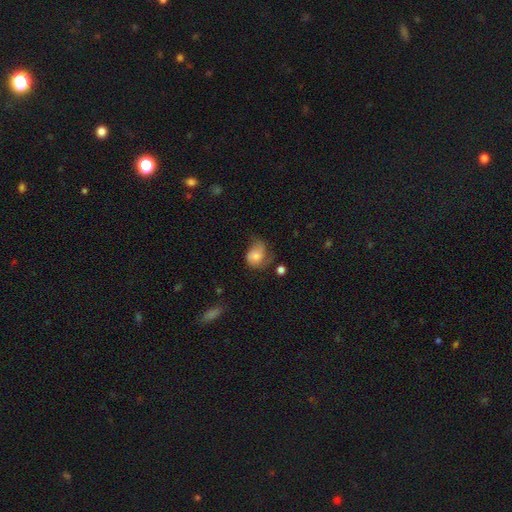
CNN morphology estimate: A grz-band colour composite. It shows a smooth galaxy with no disk features (65%) that is in between round and cigar-shaped (56%). Merging: minor disturbance (34%).